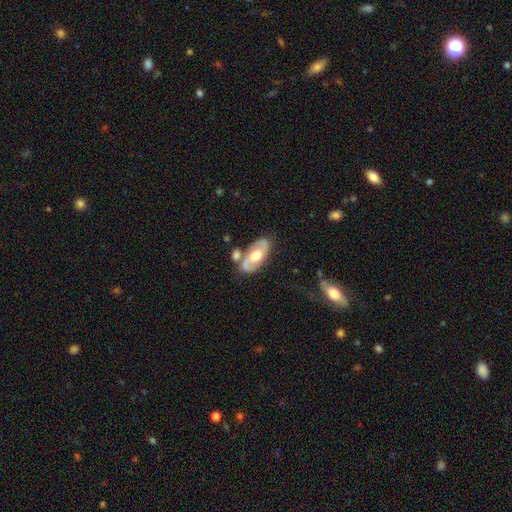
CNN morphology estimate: Q: Smooth or featured?
A: featured or disk (71%); runner-up: smooth (24%)
Q: Edge-on disk?
A: no (91%); runner-up: yes (9%)
Q: Bar?
A: no (60%); runner-up: weak (28%)
Q: Spiral arms?
A: yes (75%); runner-up: no (25%)
Q: Bulge size?
A: moderate (70%); runner-up: large (20%)
Q: Merging?
A: none (63%); runner-up: minor disturbance (16%)